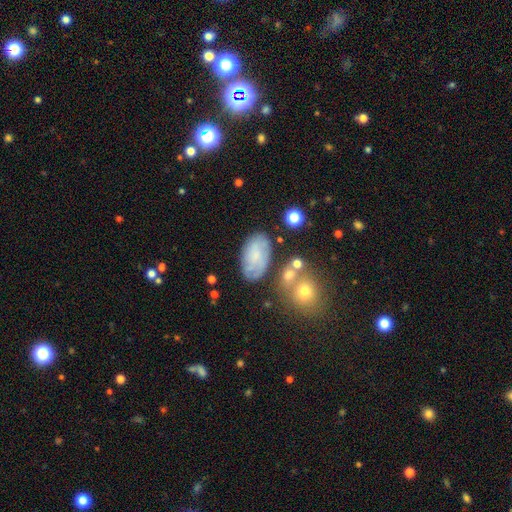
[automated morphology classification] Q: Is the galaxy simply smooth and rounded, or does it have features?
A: featured or disk — 46%.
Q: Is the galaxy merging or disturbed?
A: none — 64%.